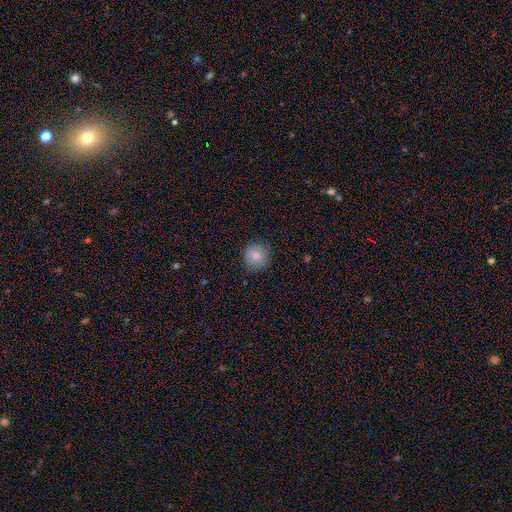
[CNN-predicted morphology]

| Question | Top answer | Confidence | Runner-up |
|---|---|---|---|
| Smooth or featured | smooth | 81% | featured or disk (10%) |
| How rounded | round | 91% | in between (8%) |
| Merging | none | 85% | minor disturbance (11%) |